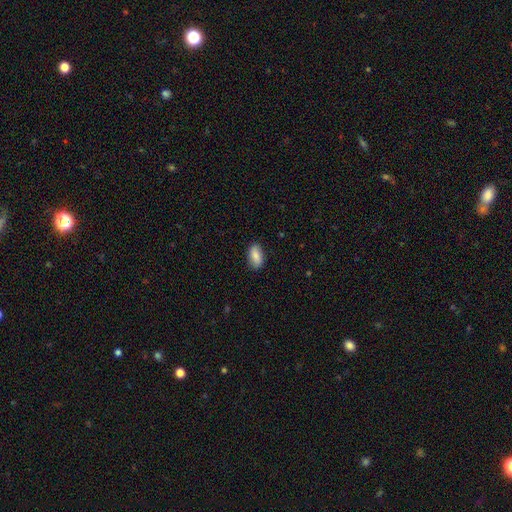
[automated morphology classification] Q: Smooth or featured?
A: smooth (82%); runner-up: featured or disk (11%)
Q: How rounded?
A: in between (90%); runner-up: cigar-shaped (6%)
Q: Merging?
A: none (86%); runner-up: minor disturbance (11%)